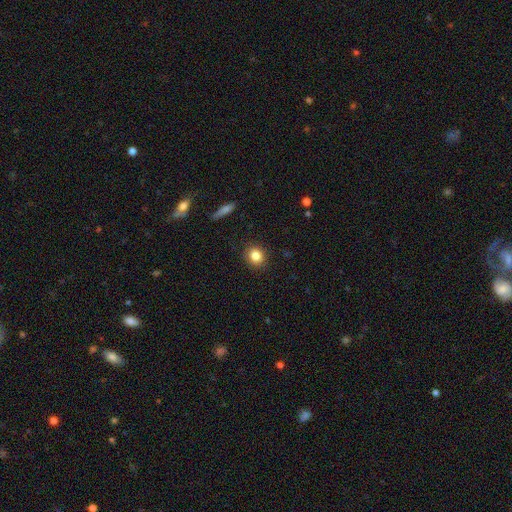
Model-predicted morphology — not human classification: smooth 83%, star or artifact 10%, featured or disk 7%. Down the decision tree: how rounded — round (80%); merging — none (90%).